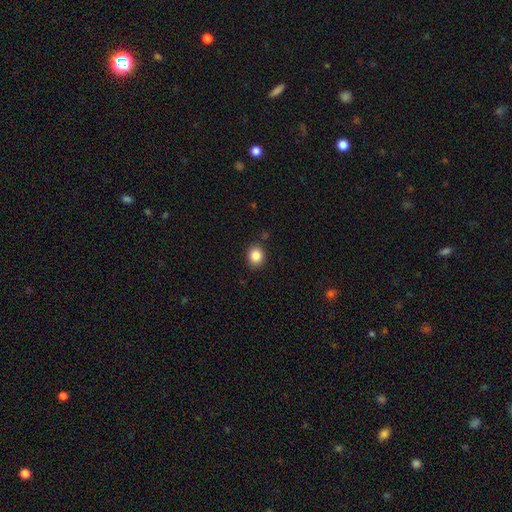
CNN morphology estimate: This appears to be a smooth galaxy with no disk features (86%) that is round (72%). Merging: none (87%).